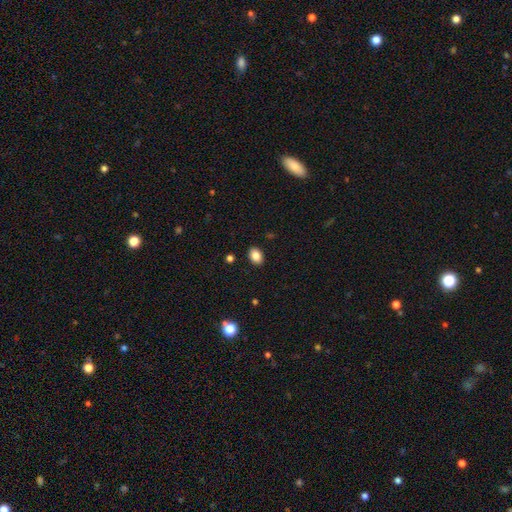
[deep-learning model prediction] A smooth galaxy with no disk features (86%) that is in between round and cigar-shaped (79%).

Vote fractions:
- Smooth or featured? smooth: 86% / star or artifact: 9% / featured or disk: 5%
- How rounded? in between: 79% / round: 20% / cigar-shaped: 1%
- Merging? none: 89% / minor disturbance: 7% / major disturbance: 2% / merger: 1%